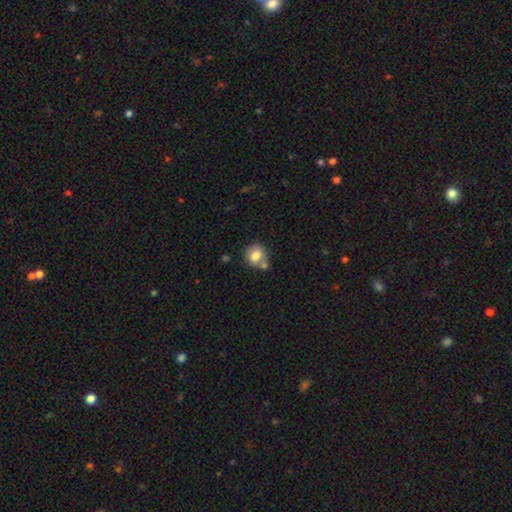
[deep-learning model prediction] Morphology: type=smooth (77%); roundness=round (79%); merging=none (61%).